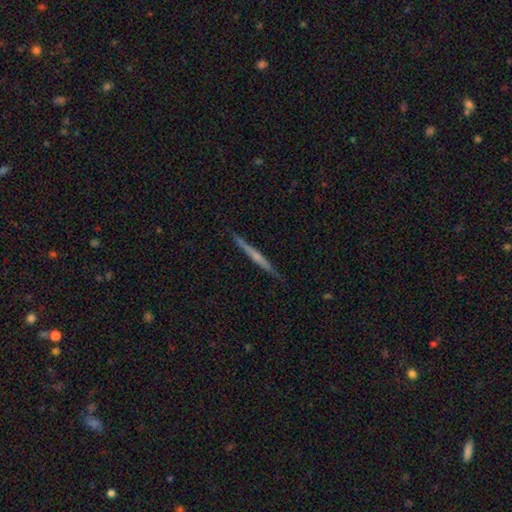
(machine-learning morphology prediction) Smooth or featured? Predicted: featured or disk (p=0.60). Edge-on disk? Predicted: yes (p=0.98). Edge-on bulge? Predicted: none (p=0.67). Merging? Predicted: none (p=0.90).